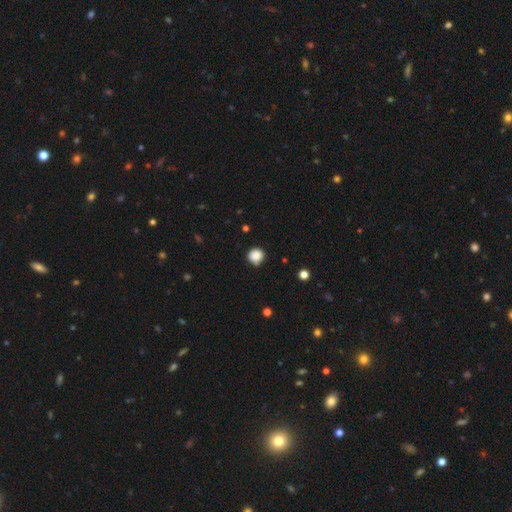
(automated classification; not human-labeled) Overall: smooth (87%). How rounded: round (91%). Merging: none (83%).